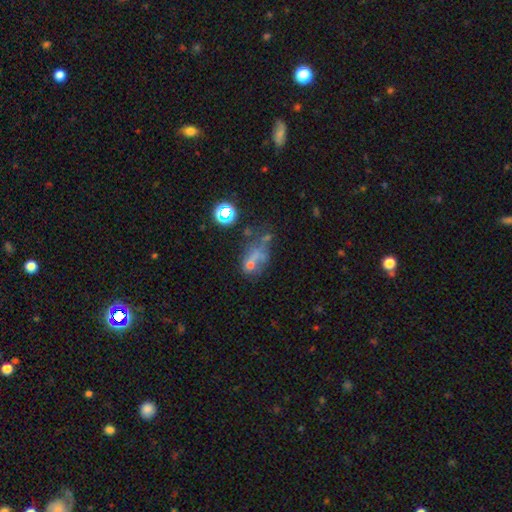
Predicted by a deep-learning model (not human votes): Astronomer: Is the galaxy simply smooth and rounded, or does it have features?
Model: smooth — 46% (runner-up: featured or disk, 30%).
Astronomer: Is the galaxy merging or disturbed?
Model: major disturbance — 33% (runner-up: merger, 26%).